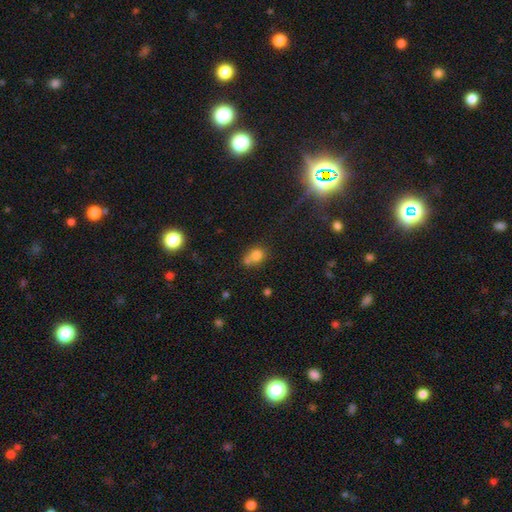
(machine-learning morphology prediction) type=smooth (75%); roundness=round (65%); merging=merger (44%).